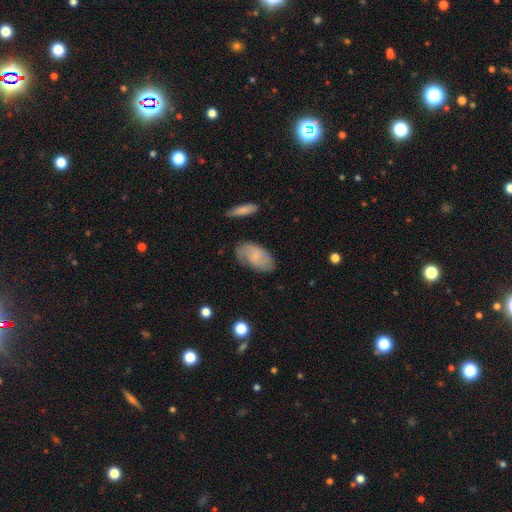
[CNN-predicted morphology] type=smooth (62%); roundness=in between (93%); merging=none (70%).